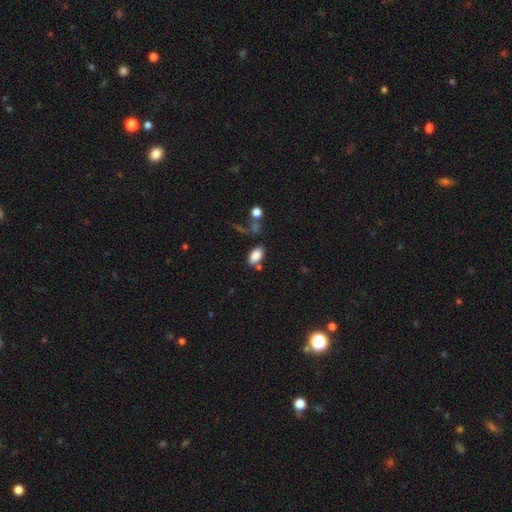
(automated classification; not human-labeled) Smooth or featured: smooth — 85% (star or artifact — 8%)
How rounded: in between — 93% (round — 4%)
Merging: none — 65% (merger — 15%)